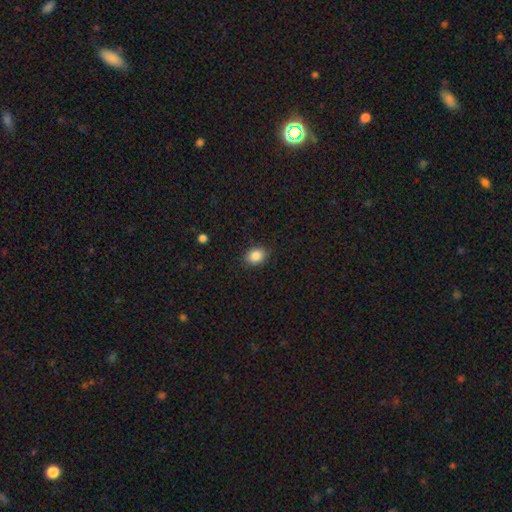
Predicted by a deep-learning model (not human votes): This is clearly a smooth galaxy (86%). How rounded: possibly in between (50%). Merging: clearly none (88%).